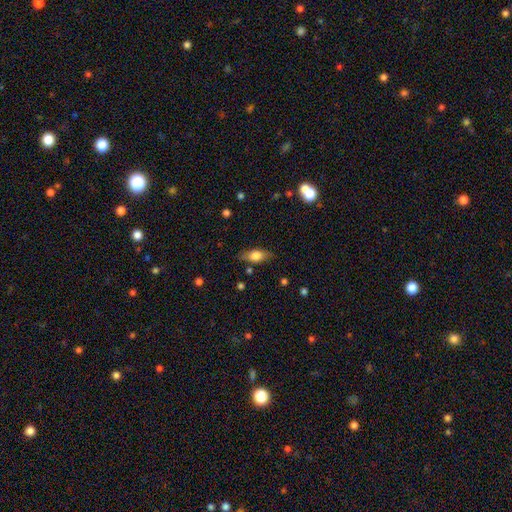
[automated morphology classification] smooth_or_featured: smooth (p=0.70) [alt: featured or disk p=0.23]
how_rounded: in between (p=0.79) [alt: cigar-shaped p=0.15]
merging: none (p=0.78) [alt: minor disturbance p=0.16]